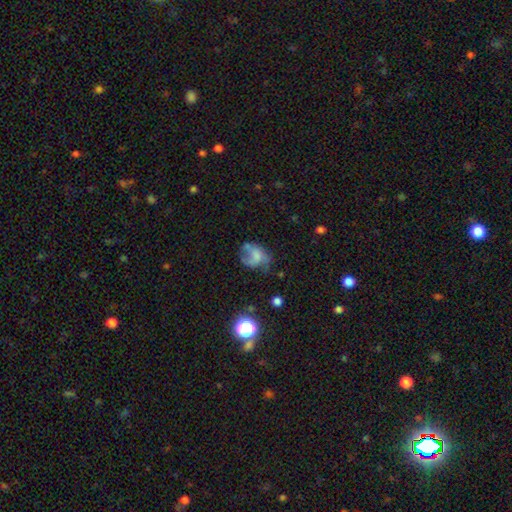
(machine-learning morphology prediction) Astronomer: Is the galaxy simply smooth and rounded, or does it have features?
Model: smooth — 45% (runner-up: featured or disk, 41%).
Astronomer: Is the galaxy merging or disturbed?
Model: major disturbance — 37% (runner-up: none, 32%).